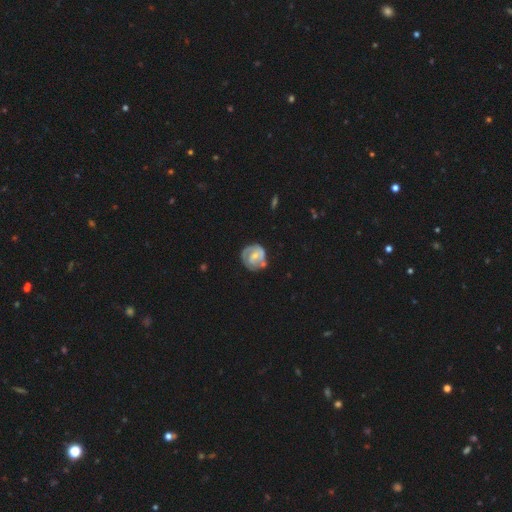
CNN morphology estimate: Smooth or featured: featured or disk — 71% (smooth — 23%)
Edge-on disk: no — 98% (yes — 2%)
Bar: weak — 46% (no — 42%)
Spiral arms: yes — 85% (no — 15%)
Spiral winding: tight — 55% (medium — 34%)
Spiral arm count: 2 — 56% (can't tell — 19%)
Bulge size: small — 50% (moderate — 38%)
Merging: none — 61% (minor disturbance — 22%)